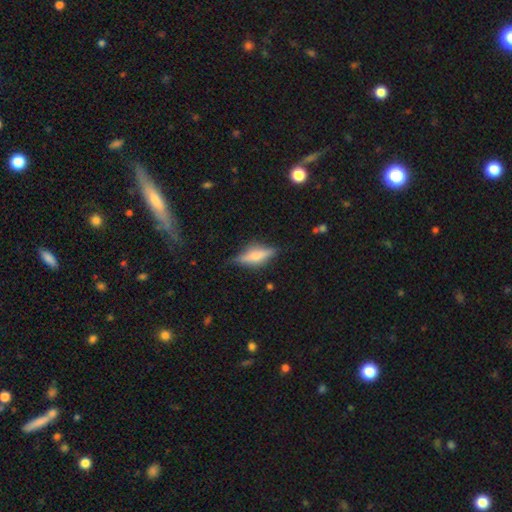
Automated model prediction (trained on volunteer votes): smooth_or_featured: featured or disk (p=0.49) [alt: smooth p=0.42]
merging: none (p=0.78) [alt: minor disturbance p=0.16]